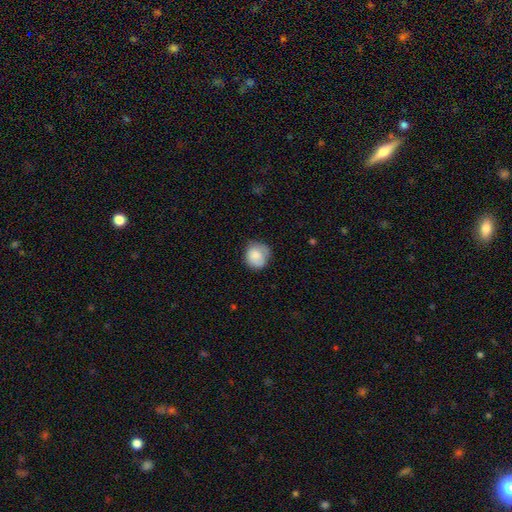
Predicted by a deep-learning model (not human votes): The model was most divided on "merging": none: 63%, minor disturbance: 27%, major disturbance: 8%, merger: 2%. More confident: how rounded — round (82%); smooth or featured — smooth (79%).